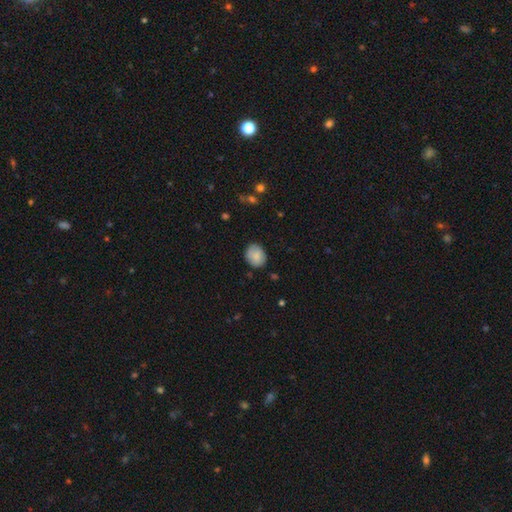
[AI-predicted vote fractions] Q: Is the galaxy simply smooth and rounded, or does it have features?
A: smooth — 86%.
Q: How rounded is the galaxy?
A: round — 56%.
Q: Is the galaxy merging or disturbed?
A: none — 82%.